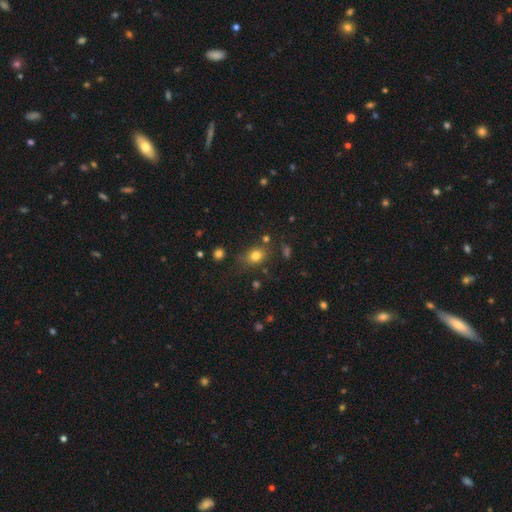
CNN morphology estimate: Smooth or featured?
  - smooth: 79% *
  - star or artifact: 13%
  - featured or disk: 8%
How rounded?
  - in between: 57% *
  - round: 41%
  - cigar-shaped: 1%
Merging?
  - none: 73% *
  - minor disturbance: 17%
  - major disturbance: 5%
  - merger: 5%